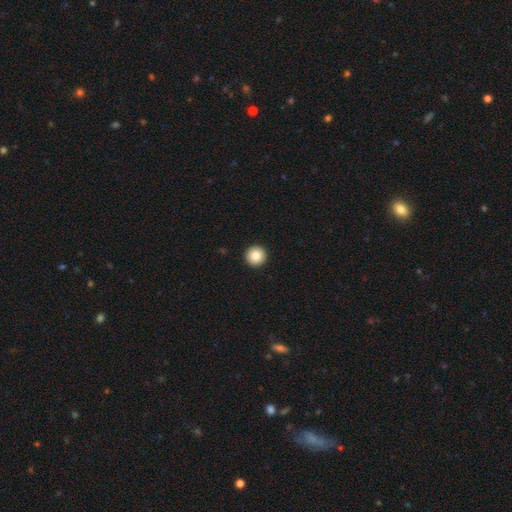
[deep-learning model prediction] This is clearly a smooth galaxy (86%). How rounded: clearly round (97%). Merging: clearly none (94%).